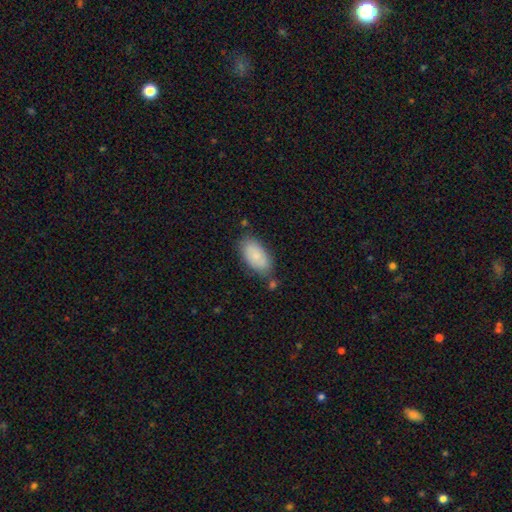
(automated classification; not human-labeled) A smooth galaxy with no disk features (84%) that is in between round and cigar-shaped (94%). Merging: none (71%).